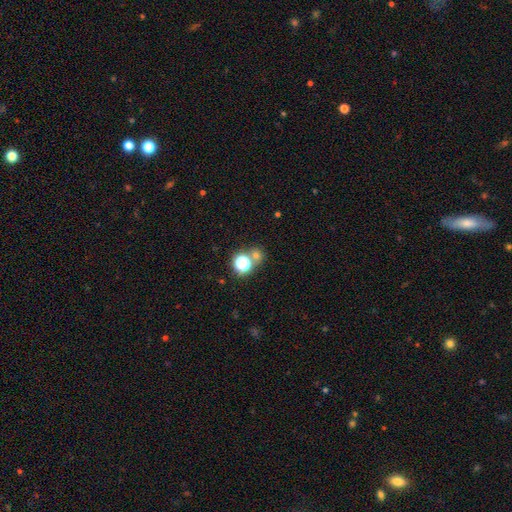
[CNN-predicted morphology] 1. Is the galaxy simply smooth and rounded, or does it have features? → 60% smooth, 32% star or artifact, 8% featured or disk.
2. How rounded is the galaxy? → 85% round, 14% in between, 1% cigar-shaped.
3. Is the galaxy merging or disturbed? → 63% none, 26% merger, 7% minor disturbance, 4% major disturbance.